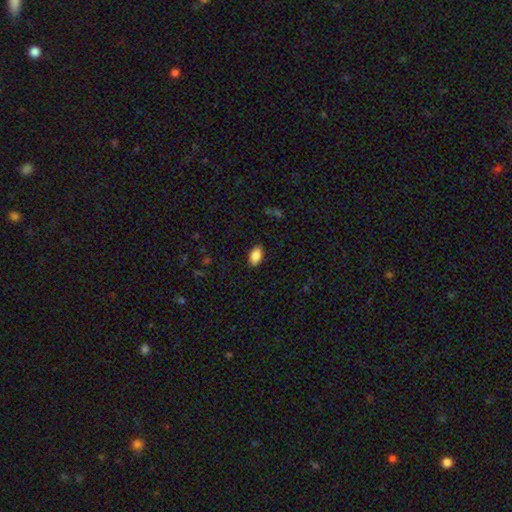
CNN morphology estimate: Smooth or featured? smooth (88%)
How rounded? in between (93%)
Merging? none (87%)